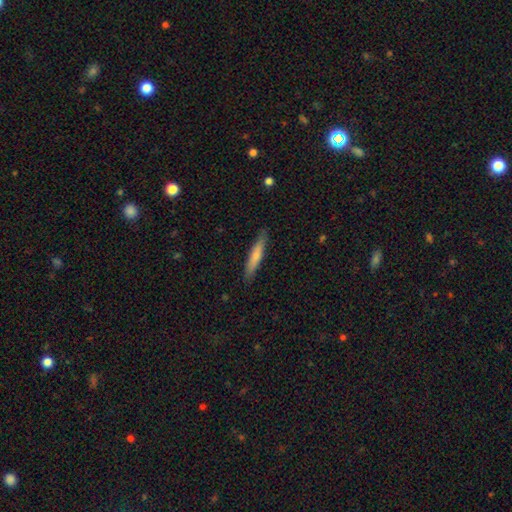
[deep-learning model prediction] Q: Smooth or featured?
A: smooth (70%); runner-up: featured or disk (25%)
Q: How rounded?
A: cigar-shaped (92%); runner-up: in between (6%)
Q: Merging?
A: none (88%); runner-up: minor disturbance (9%)